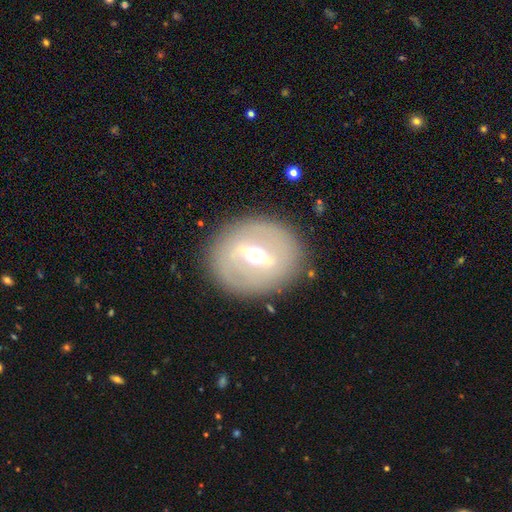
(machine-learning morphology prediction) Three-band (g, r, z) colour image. It shows a featured or disk galaxy (74%) with a strong bar (62%), no spiral arms (70%) and a moderate central bulge (68%). Merging: none (85%).